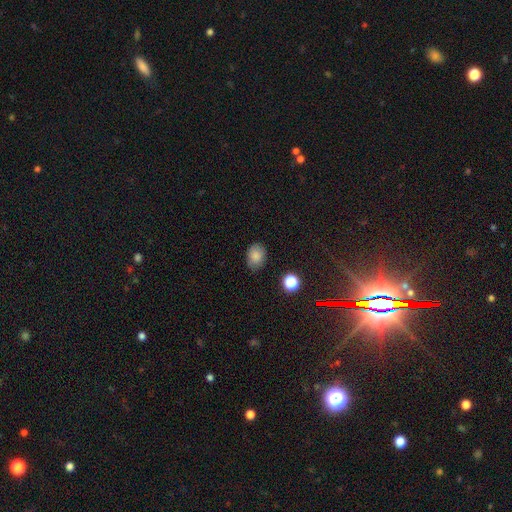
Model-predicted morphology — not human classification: Smooth or featured? Predicted: smooth (p=0.83). How rounded? Predicted: in between (p=0.68). Merging? Predicted: none (p=0.78).